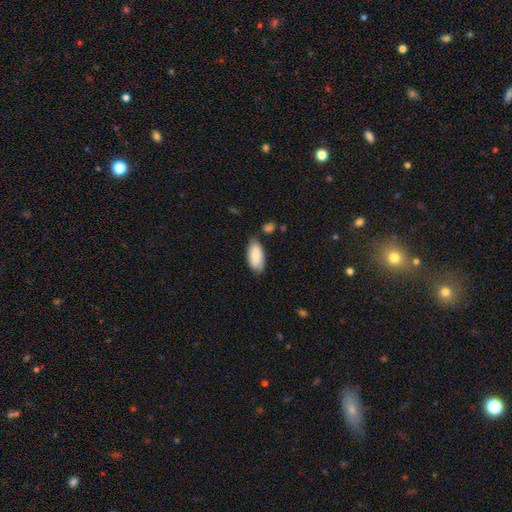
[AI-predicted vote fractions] A smooth galaxy with no disk features (85%) that is in between round and cigar-shaped (90%). Merging: none (71%).